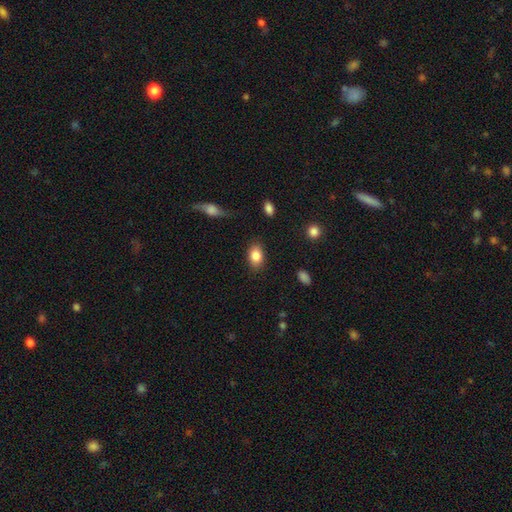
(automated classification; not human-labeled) The model was most divided on "how rounded": in between: 82%, round: 17%, cigar-shaped: 1%. More confident: smooth or featured — smooth (85%); merging — none (83%).